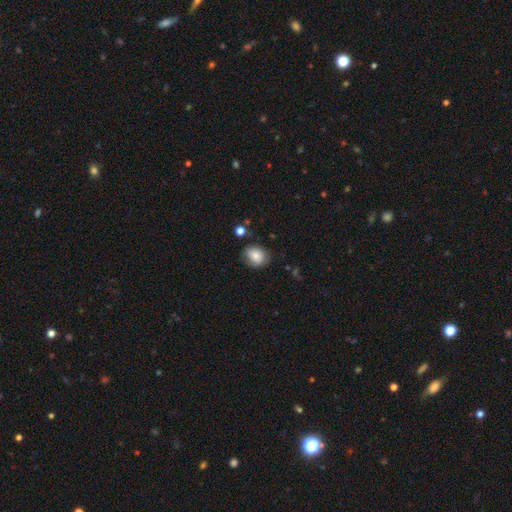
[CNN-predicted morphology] Overall: smooth (80%). How rounded: round (56%; in between 43%). Merging: none (72%).